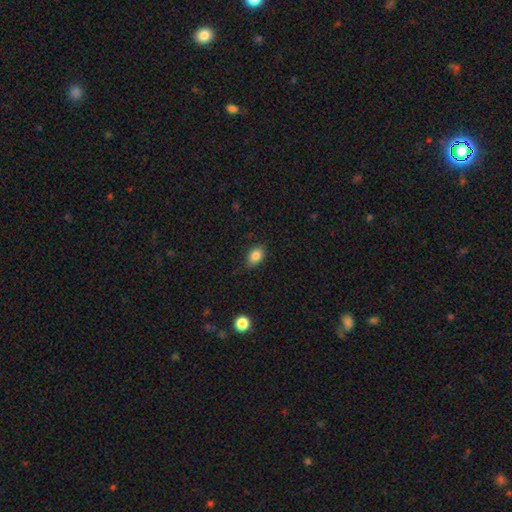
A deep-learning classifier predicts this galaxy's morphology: Q: Smooth or featured?
A: smooth (85%); runner-up: star or artifact (9%)
Q: How rounded?
A: in between (83%); runner-up: round (15%)
Q: Merging?
A: none (82%); runner-up: minor disturbance (14%)